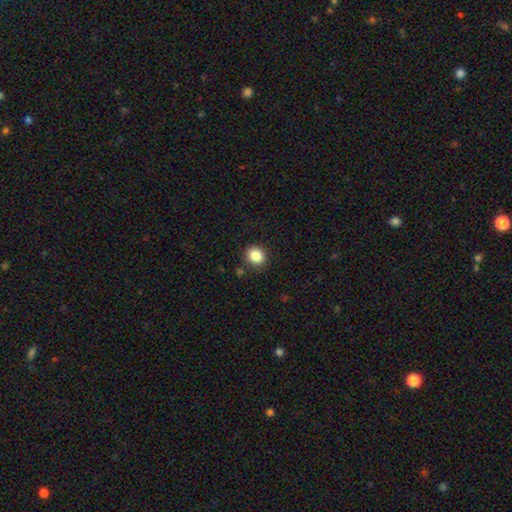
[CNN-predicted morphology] The model was most divided on "how rounded": round: 79%, in between: 20%, cigar-shaped: 1%. More confident: merging — none (86%); smooth or featured — smooth (86%).